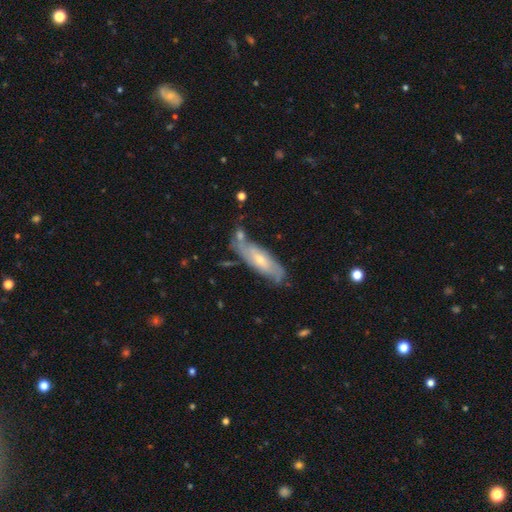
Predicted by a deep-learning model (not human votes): This is likely a featured or disk galaxy (62%). It is likely not viewed edge-on (68%). Merging: likely none (65%).